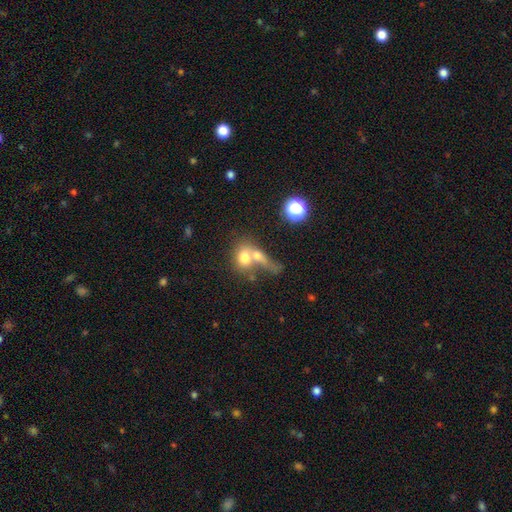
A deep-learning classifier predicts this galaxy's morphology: Smooth or featured?
  - smooth: 59% *
  - featured or disk: 24%
  - star or artifact: 17%
How rounded?
  - round: 54% *
  - in between: 37%
  - cigar-shaped: 8%
Merging?
  - merger: 56% *
  - none: 26%
  - major disturbance: 9%
  - minor disturbance: 8%